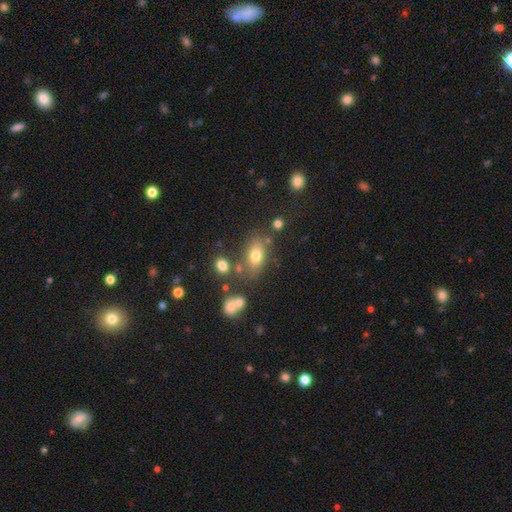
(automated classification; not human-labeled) This is likely a smooth galaxy (71%). How rounded: likely in between (79%). Merging: likely none (68%).